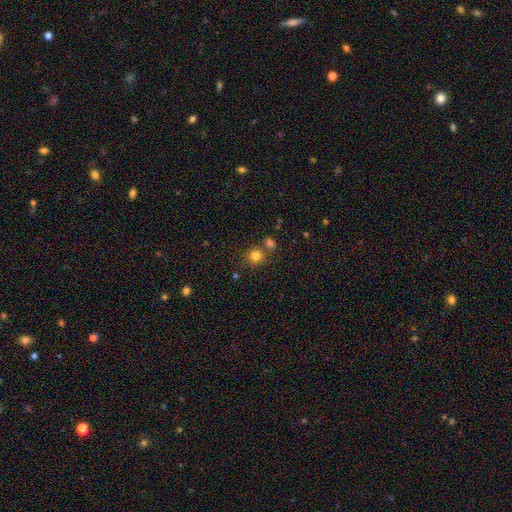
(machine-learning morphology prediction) Smooth or featured: smooth — 81% (star or artifact — 13%)
How rounded: round — 87% (in between — 12%)
Merging: none — 68% (merger — 20%)